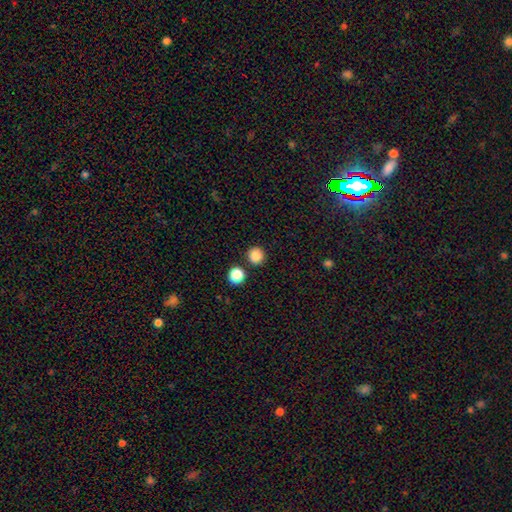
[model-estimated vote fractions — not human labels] Q: Smooth or featured?
A: smooth (86%); runner-up: star or artifact (11%)
Q: How rounded?
A: round (94%); runner-up: in between (6%)
Q: Merging?
A: none (88%); runner-up: minor disturbance (5%)